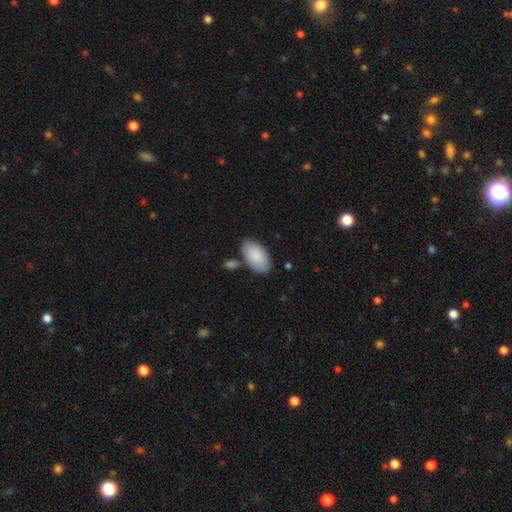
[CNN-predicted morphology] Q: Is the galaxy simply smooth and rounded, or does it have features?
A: smooth — 87%.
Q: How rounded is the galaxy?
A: in between — 96%.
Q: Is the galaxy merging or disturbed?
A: none — 72%.